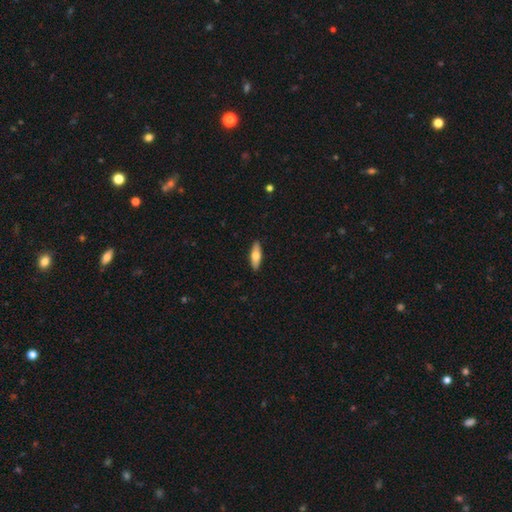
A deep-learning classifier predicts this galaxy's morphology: This appears to be a smooth galaxy with no disk features (64%) that is in between round and cigar-shaped (50%). Merging: none (91%).